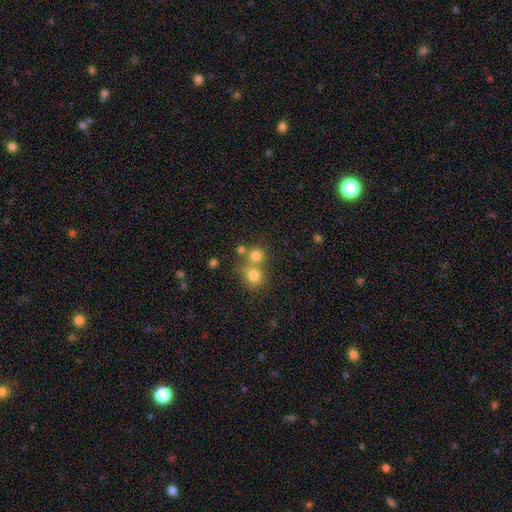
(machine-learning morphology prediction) smooth 76%, star or artifact 15%, featured or disk 9%. Down the decision tree: how rounded — round (88%); merging — none (54%).